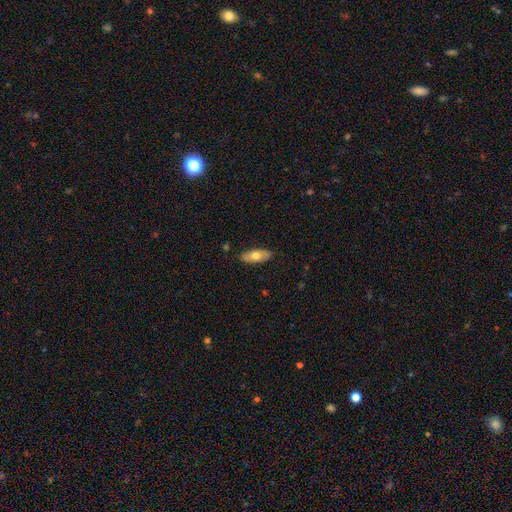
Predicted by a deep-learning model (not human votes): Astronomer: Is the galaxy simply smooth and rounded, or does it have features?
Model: smooth — 63%.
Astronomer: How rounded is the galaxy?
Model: in between — 85%.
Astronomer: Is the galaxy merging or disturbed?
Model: none — 85%.